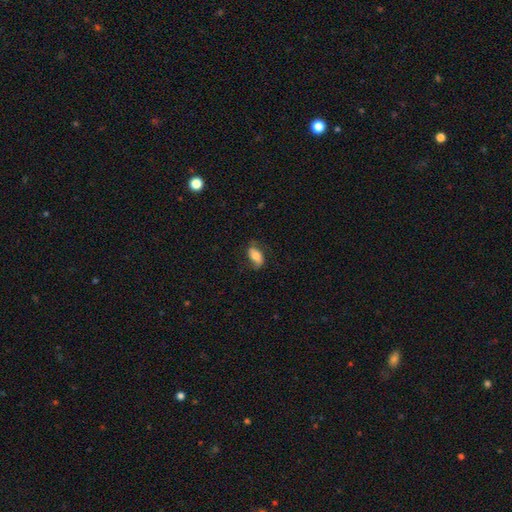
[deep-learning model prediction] smooth 67%, featured or disk 26%, star or artifact 7%. Down the decision tree: how rounded — in between (89%); merging — none (69%).